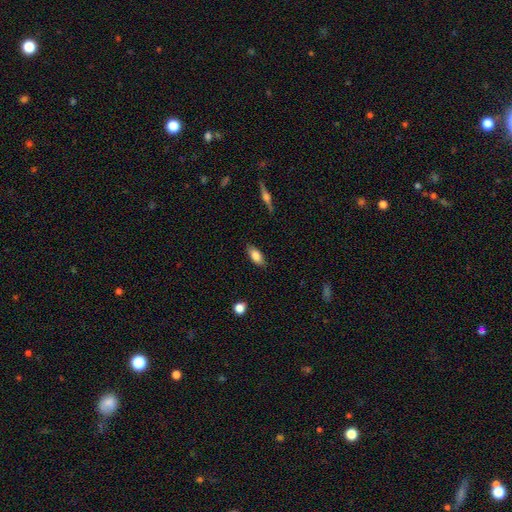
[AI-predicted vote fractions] smooth_or_featured: smooth (p=0.82) [alt: featured or disk p=0.11]
how_rounded: in between (p=0.87) [alt: cigar-shaped p=0.10]
merging: none (p=0.85) [alt: minor disturbance p=0.12]